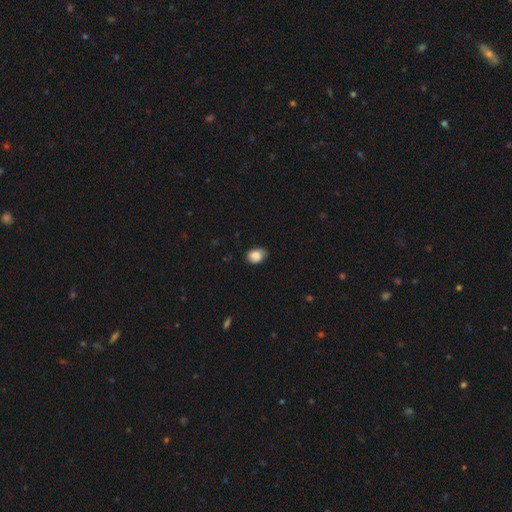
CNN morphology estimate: smooth-or-featured: smooth: 86% | star or artifact: 8% | featured or disk: 6%
  how-rounded: in between: 62% | round: 37% | cigar-shaped: 1%
  merging: none: 71% | minor disturbance: 24% | major disturbance: 4% | merger: 1%